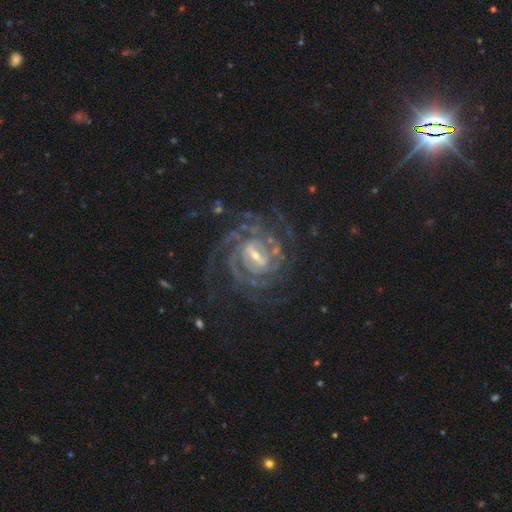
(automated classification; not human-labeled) A featured or disk galaxy (92%) with a strong bar (46%), 4 (28%) tight (74%) spiral arms (98%) and a small central bulge (60%).

Vote fractions:
- Smooth or featured? featured or disk: 92% / star or artifact: 5% / smooth: 3%
- Edge-on disk? no: 97% / yes: 3%
- Bar? strong: 46% / weak: 42% / no: 12%
- Spiral arms? yes: 98% / no: 2%
- Spiral winding? tight: 74% / medium: 23% / loose: 3%
- Spiral arm count? 4: 28% / can't tell: 18% / more than 4: 16% / 3: 16% / 2: 14% / 1: 7%
- Bulge size? small: 60% / moderate: 33% / large: 3% / none: 2% / dominant: 1%
- Merging? none: 74% / minor disturbance: 14% / major disturbance: 10% / merger: 2%